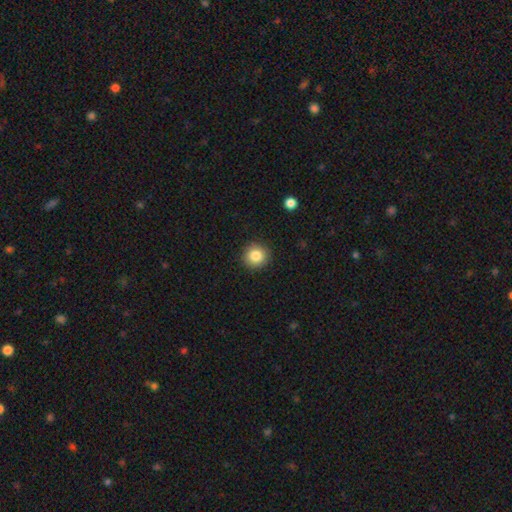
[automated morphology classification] smooth-or-featured: smooth: 84% | star or artifact: 10% | featured or disk: 6%
  how-rounded: round: 93% | in between: 6% | cigar-shaped: 1%
  merging: none: 91% | minor disturbance: 6% | major disturbance: 2% | merger: 1%